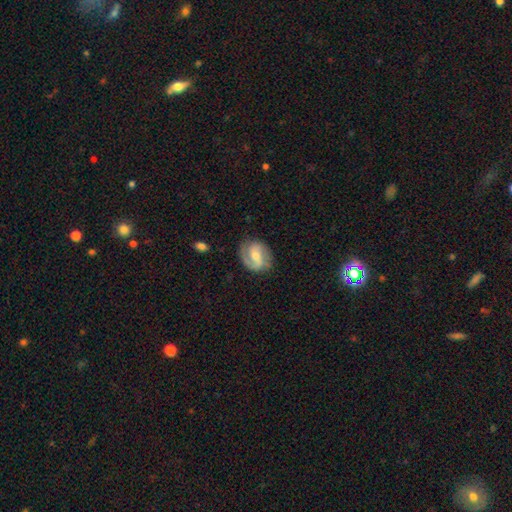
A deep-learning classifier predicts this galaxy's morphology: smooth_or_featured: featured or disk (p=0.79) [alt: smooth p=0.15]
disk_edge_on: no (p=0.97) [alt: yes p=0.03]
bar: weak (p=0.48) [alt: no p=0.26]
has_spiral_arms: yes (p=0.94) [alt: no p=0.06]
spiral_winding: medium (p=0.47) [alt: tight p=0.30]
spiral_arm_count: 2 (p=0.84) [alt: 1 p=0.07]
bulge_size: moderate (p=0.56) [alt: small p=0.38]
merging: none (p=0.79) [alt: minor disturbance p=0.15]